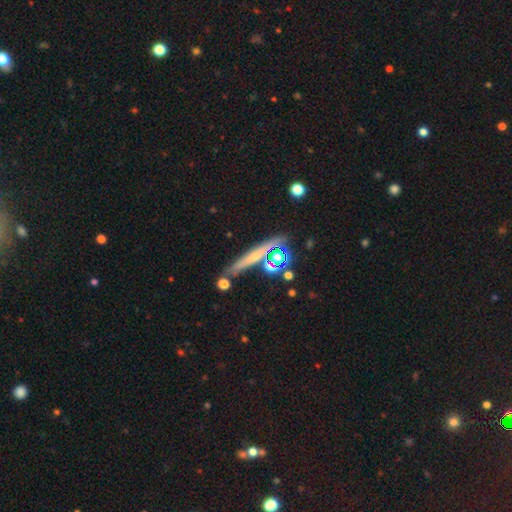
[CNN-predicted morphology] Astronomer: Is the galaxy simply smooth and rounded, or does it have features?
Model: smooth — 42% (runner-up: featured or disk, 39%).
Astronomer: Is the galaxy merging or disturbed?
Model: none — 75%.